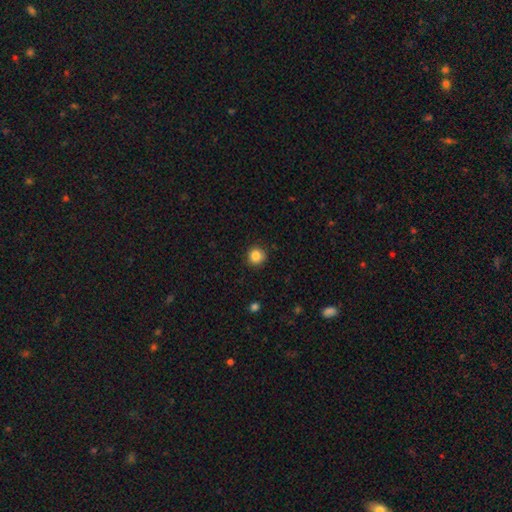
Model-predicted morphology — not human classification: Smooth or featured? smooth (85%)
How rounded? round (94%)
Merging? none (90%)